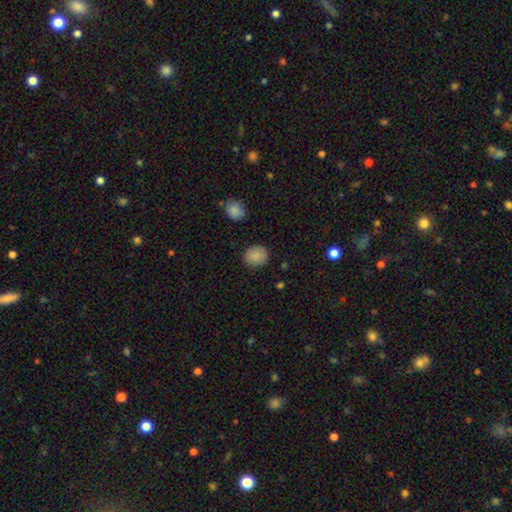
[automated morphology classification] Smooth or featured?
  - smooth: 88% *
  - star or artifact: 8%
  - featured or disk: 4%
How rounded?
  - round: 68% *
  - in between: 31%
  - cigar-shaped: 1%
Merging?
  - none: 87% *
  - minor disturbance: 9%
  - major disturbance: 3%
  - merger: 1%